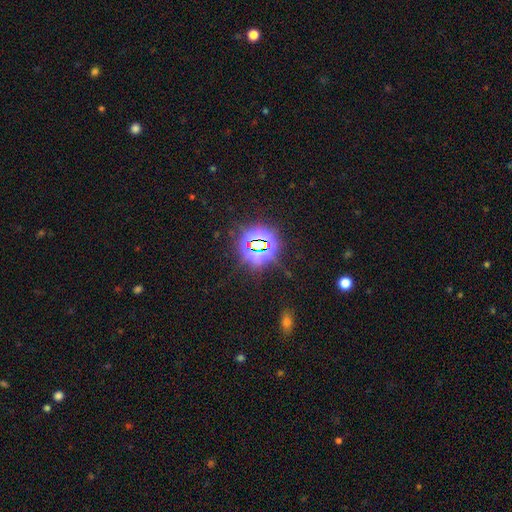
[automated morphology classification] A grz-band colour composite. It shows a star or artifact, not a galaxy (78%).